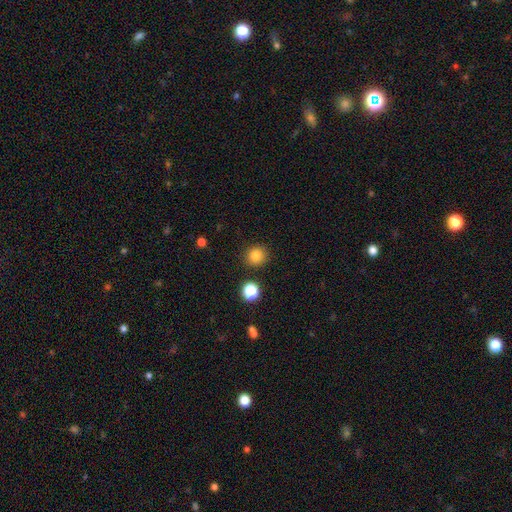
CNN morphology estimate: smooth_or_featured: smooth (p=0.82) [alt: star or artifact p=0.13]
how_rounded: round (p=0.90) [alt: in between p=0.09]
merging: none (p=0.89) [alt: minor disturbance p=0.07]